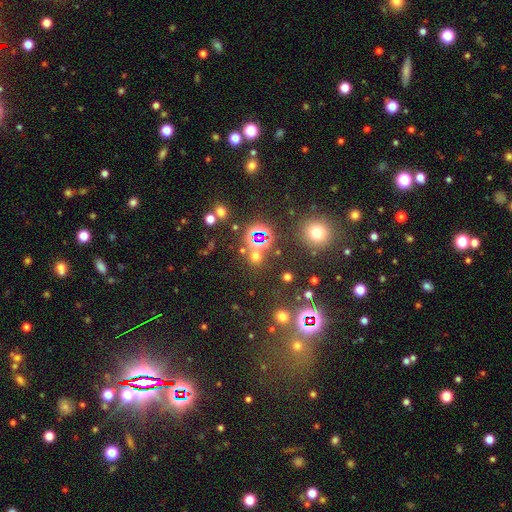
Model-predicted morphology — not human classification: Smooth or featured? smooth (46%, tied with star or artifact)
Merging? none (75%)